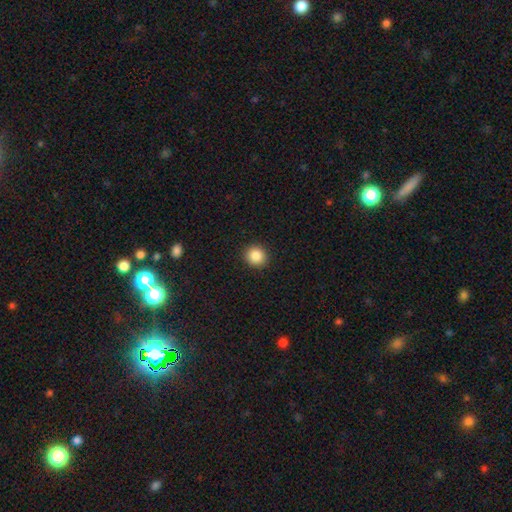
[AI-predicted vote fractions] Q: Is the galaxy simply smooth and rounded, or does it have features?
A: smooth — 86%.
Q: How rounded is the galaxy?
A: round — 91%.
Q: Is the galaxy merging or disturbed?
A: none — 93%.